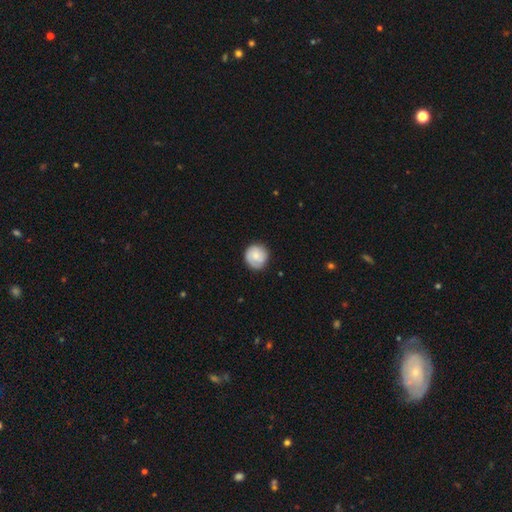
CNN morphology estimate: Overall: smooth (64%; featured or disk 30%). How rounded: round (92%). Merging: none (81%).